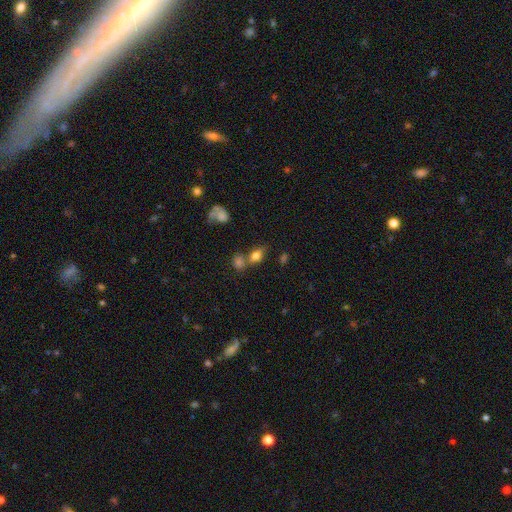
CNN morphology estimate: A smooth galaxy with no disk features (74%) that is in between round and cigar-shaped (62%). Merging: none (47%).